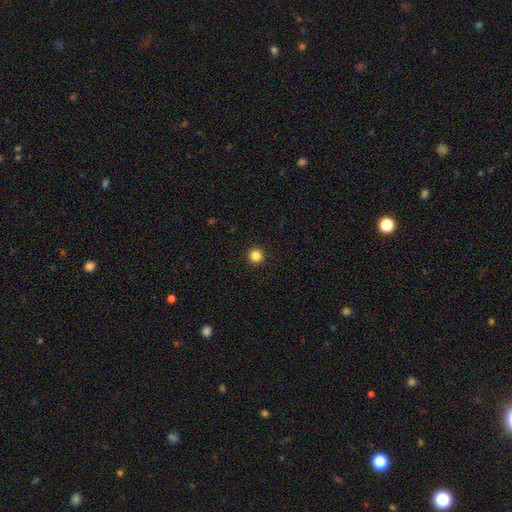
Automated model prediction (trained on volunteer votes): smooth 85%, star or artifact 12%, featured or disk 4%. Down the decision tree: how rounded — round (96%); merging — none (94%).